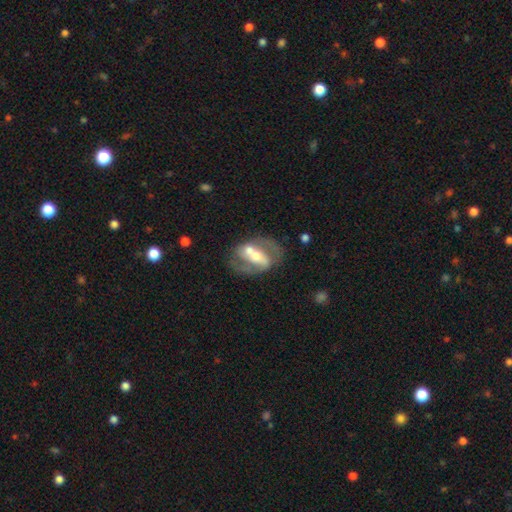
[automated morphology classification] This appears to be a featured or disk galaxy (74%) with a strong bar (40%), spiral arms (71%) and a moderate central bulge (61%). Merging: none (47%).